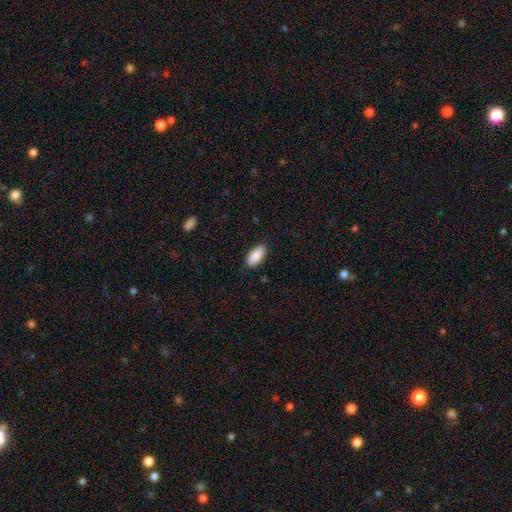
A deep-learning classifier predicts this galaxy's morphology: This is clearly a smooth galaxy (88%). How rounded: clearly in between (92%). Merging: clearly none (88%).